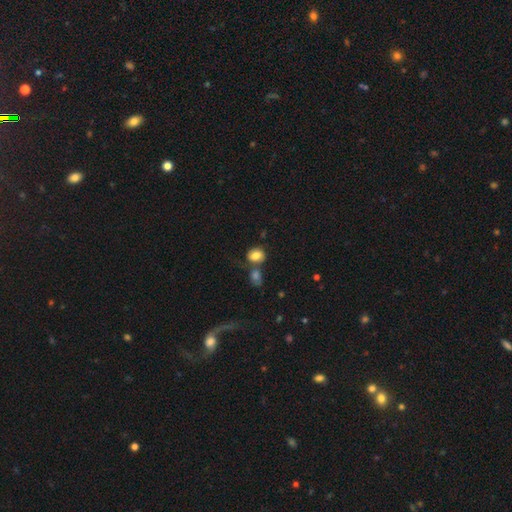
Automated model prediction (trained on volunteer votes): Smooth or featured: smooth — 78% (featured or disk — 13%)
How rounded: in between — 50% (round — 48%)
Merging: none — 46% (merger — 32%)